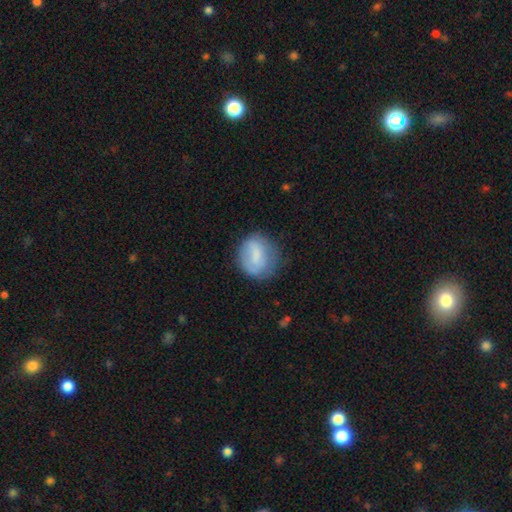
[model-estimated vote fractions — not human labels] Morphology: type=smooth (67%); roundness=round (64%); merging=none (67%).